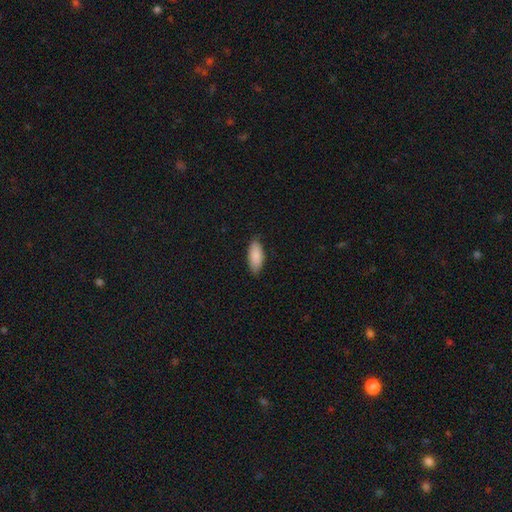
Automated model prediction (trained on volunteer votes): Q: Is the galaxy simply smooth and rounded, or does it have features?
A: smooth — 89%.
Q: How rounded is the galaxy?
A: in between — 87%.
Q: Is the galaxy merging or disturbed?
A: none — 84%.